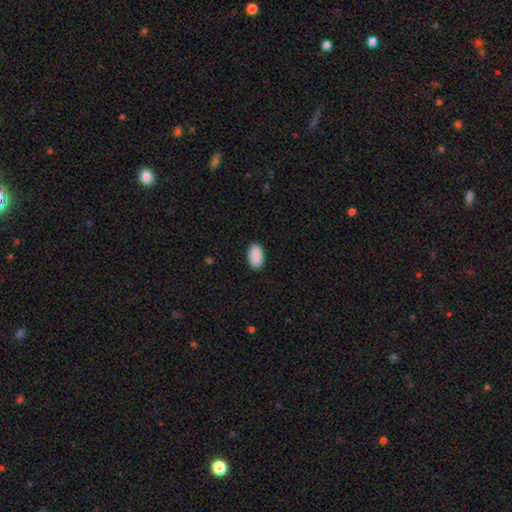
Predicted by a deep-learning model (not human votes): smooth_or_featured: smooth (p=0.91) [alt: star or artifact p=0.06]
how_rounded: in between (p=0.94) [alt: round p=0.05]
merging: none (p=0.89) [alt: minor disturbance p=0.08]